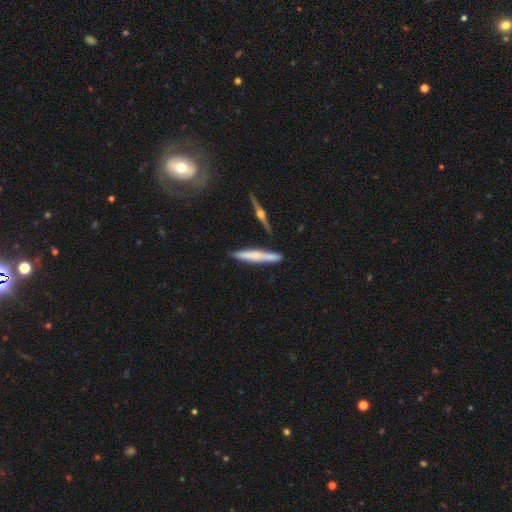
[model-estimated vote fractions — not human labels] Smooth or featured? Predicted: smooth (p=0.52). How rounded? Predicted: cigar-shaped (p=0.94). Merging? Predicted: none (p=0.80).